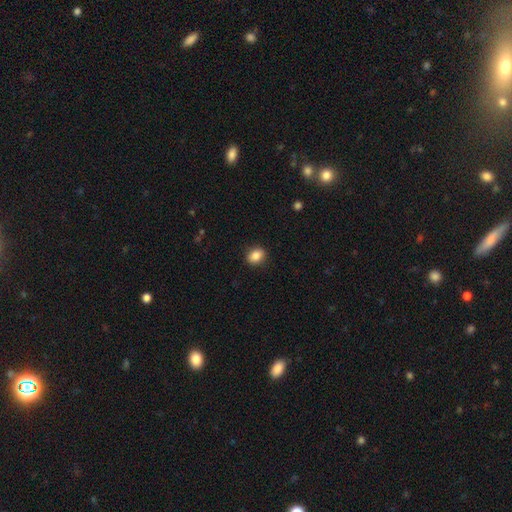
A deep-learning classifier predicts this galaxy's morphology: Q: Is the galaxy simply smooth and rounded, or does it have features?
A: smooth — 87%.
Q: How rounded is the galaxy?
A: in between — 60%.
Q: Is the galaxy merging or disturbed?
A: none — 89%.